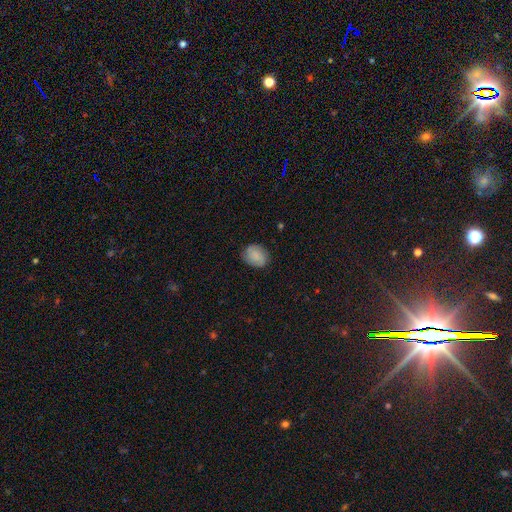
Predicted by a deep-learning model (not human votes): This is clearly a smooth galaxy (81%). How rounded: possibly in between (51%). Merging: clearly none (81%).